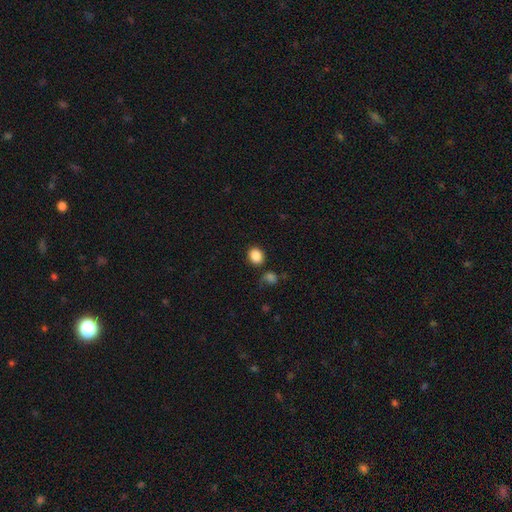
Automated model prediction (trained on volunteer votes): Q: Smooth or featured?
A: smooth (86%); runner-up: star or artifact (9%)
Q: How rounded?
A: round (62%); runner-up: in between (37%)
Q: Merging?
A: none (77%); runner-up: minor disturbance (11%)